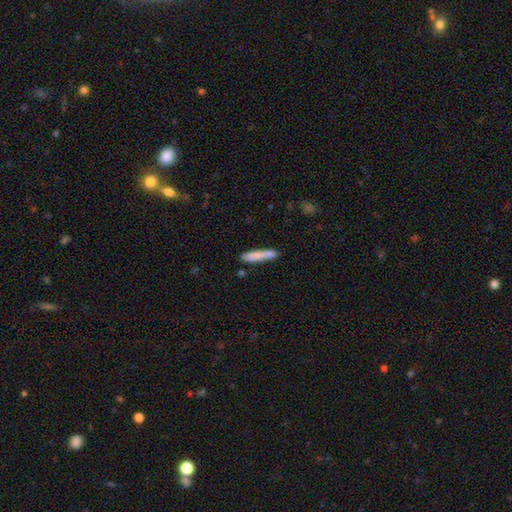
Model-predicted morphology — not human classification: This is likely a smooth galaxy (79%). How rounded: clearly cigar-shaped (88%). Merging: likely none (66%).